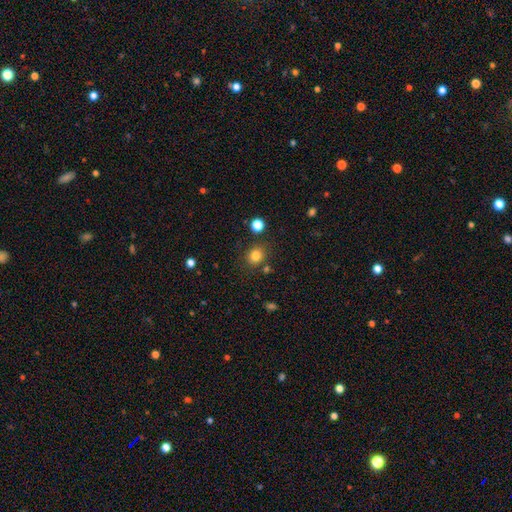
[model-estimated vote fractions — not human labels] Smooth or featured?
  - smooth: 81% *
  - star or artifact: 13%
  - featured or disk: 6%
How rounded?
  - round: 80% *
  - in between: 20%
  - cigar-shaped: 1%
Merging?
  - none: 82% *
  - minor disturbance: 10%
  - merger: 5%
  - major disturbance: 3%